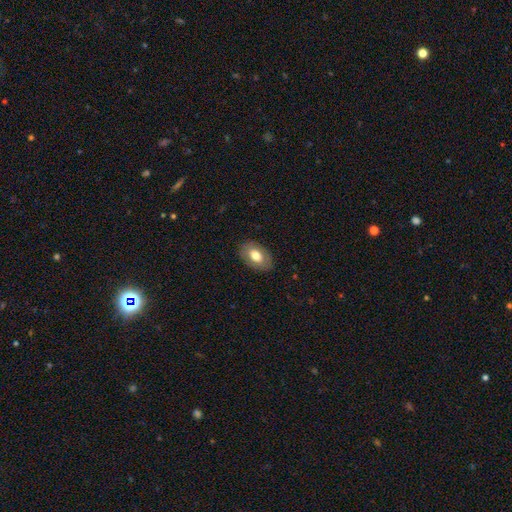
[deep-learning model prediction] smooth 71%, featured or disk 22%, star or artifact 7%. Down the decision tree: how rounded — in between (90%); merging — none (85%).